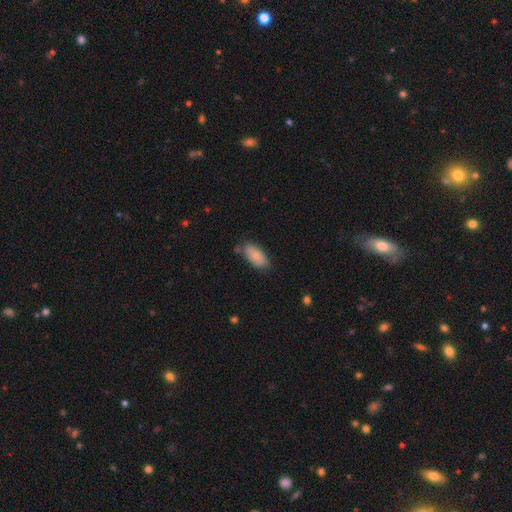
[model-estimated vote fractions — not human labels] Smooth or featured: smooth — 81% (featured or disk — 13%)
How rounded: in between — 93% (cigar-shaped — 4%)
Merging: none — 73% (minor disturbance — 19%)